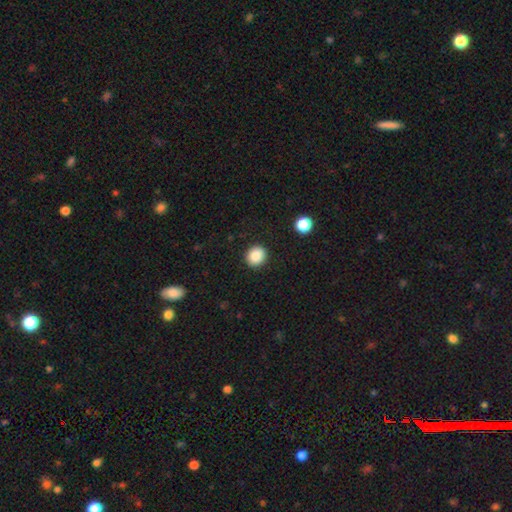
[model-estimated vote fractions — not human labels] Q: Smooth or featured?
A: smooth (87%); runner-up: star or artifact (9%)
Q: How rounded?
A: round (79%); runner-up: in between (20%)
Q: Merging?
A: none (91%); runner-up: minor disturbance (6%)